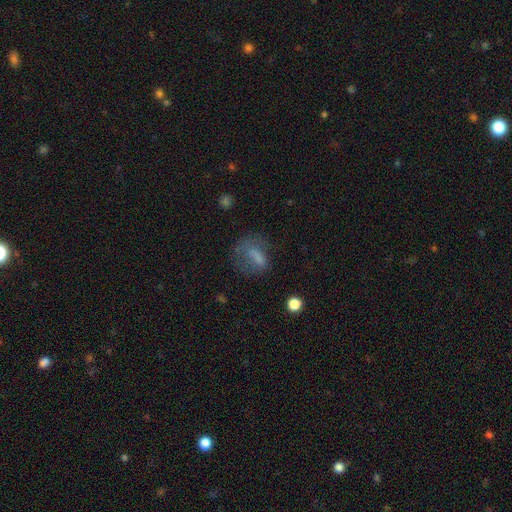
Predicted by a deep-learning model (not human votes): Smooth or featured?
  - smooth: 64% *
  - featured or disk: 22%
  - star or artifact: 14%
How rounded?
  - in between: 66% *
  - round: 26%
  - cigar-shaped: 8%
Merging?
  - none: 41% *
  - major disturbance: 33%
  - minor disturbance: 23%
  - merger: 3%